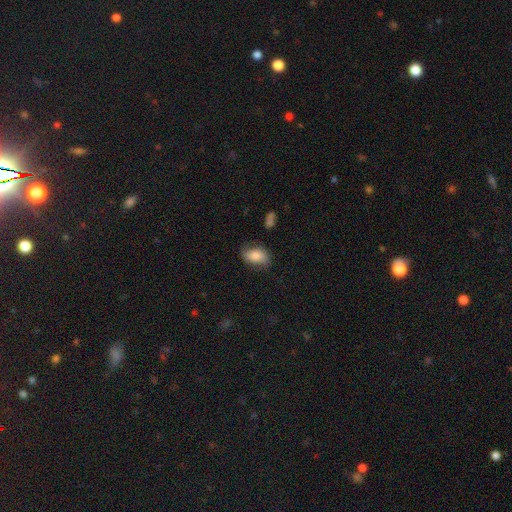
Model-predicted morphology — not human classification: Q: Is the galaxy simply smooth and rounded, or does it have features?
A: smooth — 77%.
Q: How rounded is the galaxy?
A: in between — 88%.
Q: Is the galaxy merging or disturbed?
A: none — 67%.